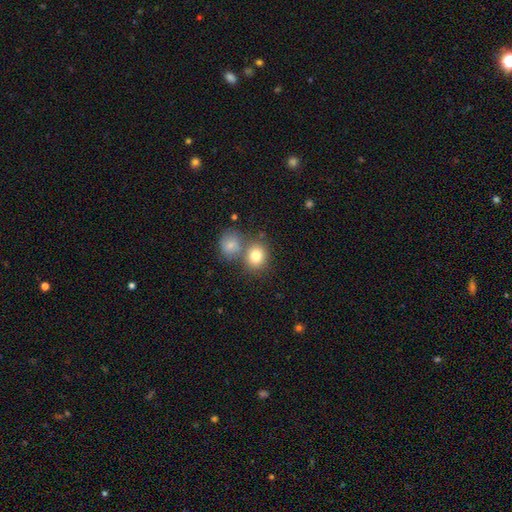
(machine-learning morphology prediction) smooth_or_featured: smooth (p=0.81) [alt: star or artifact p=0.10]
how_rounded: round (p=0.68) [alt: in between p=0.32]
merging: none (p=0.52) [alt: merger p=0.35]